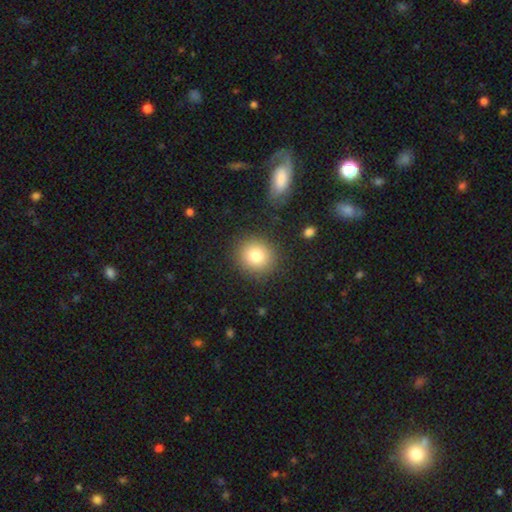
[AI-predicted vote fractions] This appears to be a smooth galaxy with no disk features (81%) that is round (85%). Merging: none (87%).